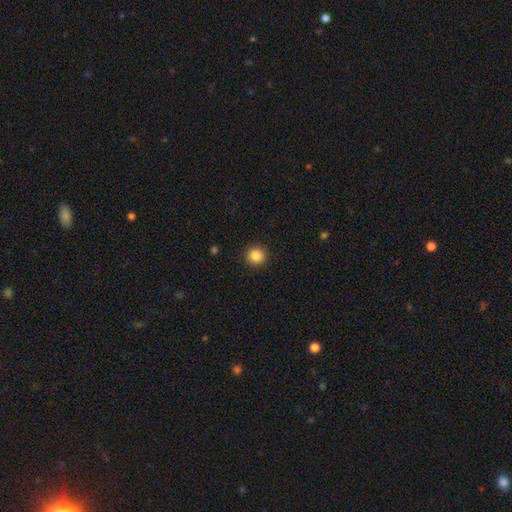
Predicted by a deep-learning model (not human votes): This is clearly a smooth galaxy (87%). How rounded: clearly round (94%). Merging: clearly none (92%).